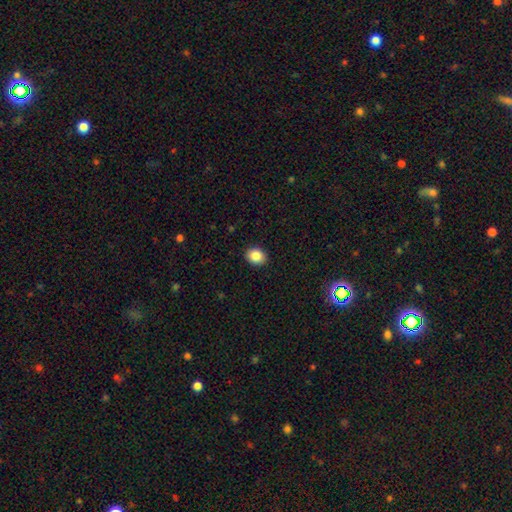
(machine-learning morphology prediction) A smooth galaxy with no disk features (87%) that is round (50%).

Vote fractions:
- Smooth or featured? smooth: 87% / star or artifact: 9% / featured or disk: 4%
- How rounded? round: 50% / in between: 49% / cigar-shaped: 1%
- Merging? none: 90% / minor disturbance: 7% / major disturbance: 2% / merger: 1%